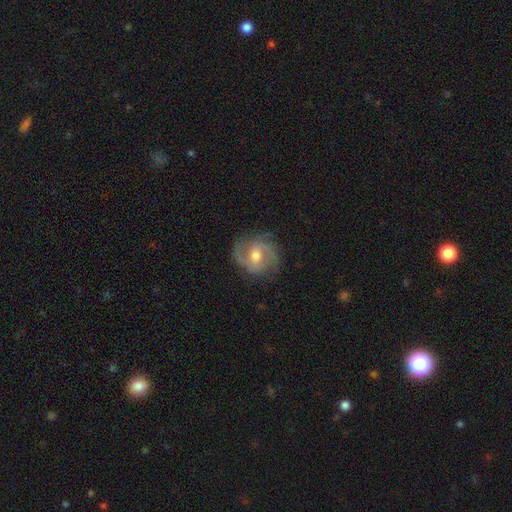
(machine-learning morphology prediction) A featured or disk galaxy (83%) with a weak bar (49%), 2 (74%) medium (52%) spiral arms (95%) and a moderate central bulge (70%).

Vote fractions:
- Smooth or featured? featured or disk: 83% / smooth: 11% / star or artifact: 6%
- Edge-on disk? no: 97% / yes: 3%
- Bar? weak: 49% / no: 33% / strong: 19%
- Spiral arms? yes: 95% / no: 5%
- Spiral winding? medium: 52% / tight: 28% / loose: 19%
- Spiral arm count? 2: 74% / 3: 12% / can't tell: 7% / 1: 2% / 4: 2% / more than 4: 2%
- Bulge size? moderate: 70% / small: 23% / large: 5% / none: 1% / dominant: 1%
- Merging? none: 78% / minor disturbance: 15% / major disturbance: 5% / merger: 1%